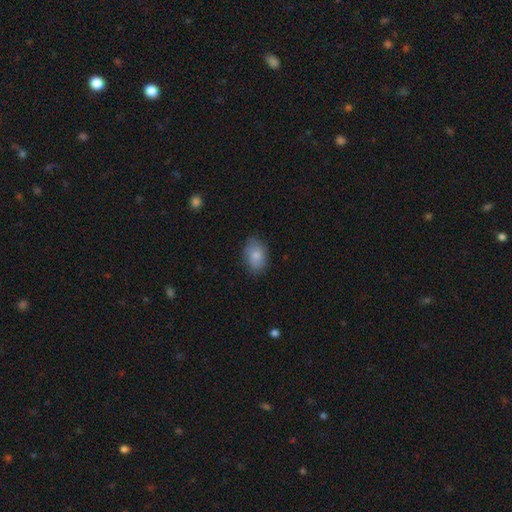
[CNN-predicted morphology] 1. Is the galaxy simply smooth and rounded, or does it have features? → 82% smooth, 10% featured or disk, 7% star or artifact.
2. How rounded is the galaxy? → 84% in between, 14% round, 1% cigar-shaped.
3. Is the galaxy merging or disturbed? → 79% none, 16% minor disturbance, 4% major disturbance, 1% merger.